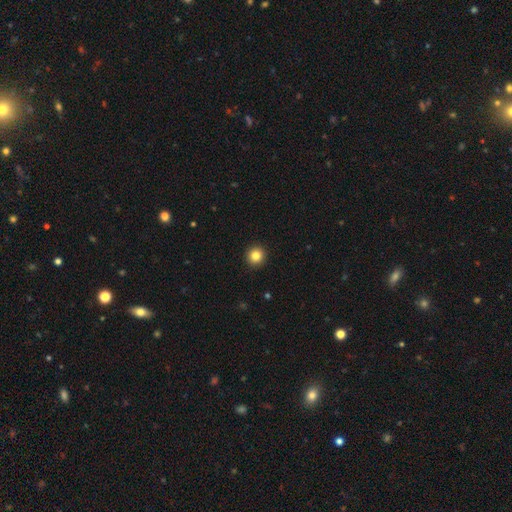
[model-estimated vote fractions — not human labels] A smooth galaxy with no disk features (84%) that is round (94%).

Vote fractions:
- Smooth or featured? smooth: 84% / star or artifact: 11% / featured or disk: 5%
- How rounded? round: 94% / in between: 6% / cigar-shaped: 1%
- Merging? none: 93% / minor disturbance: 4% / major disturbance: 1% / merger: 1%